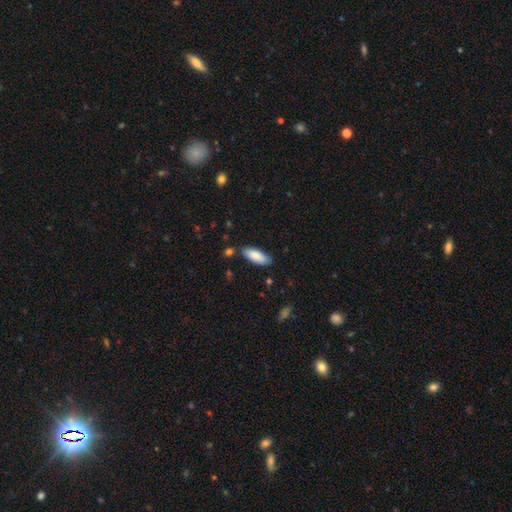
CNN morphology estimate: Overall: smooth (85%). How rounded: in between (73%). Merging: none (81%).